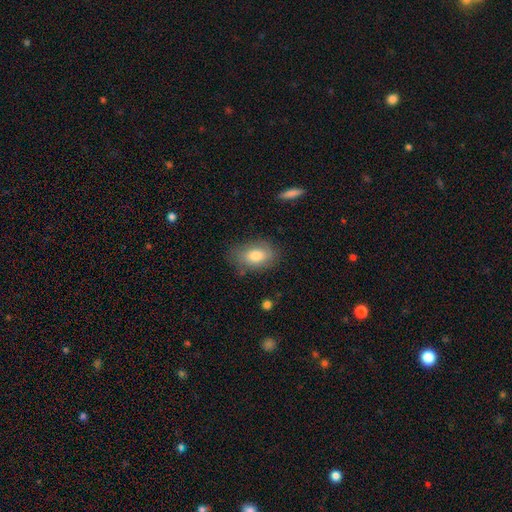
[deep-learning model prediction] Q: Smooth or featured?
A: smooth (78%); runner-up: featured or disk (15%)
Q: How rounded?
A: in between (83%); runner-up: round (15%)
Q: Merging?
A: none (75%); runner-up: minor disturbance (18%)